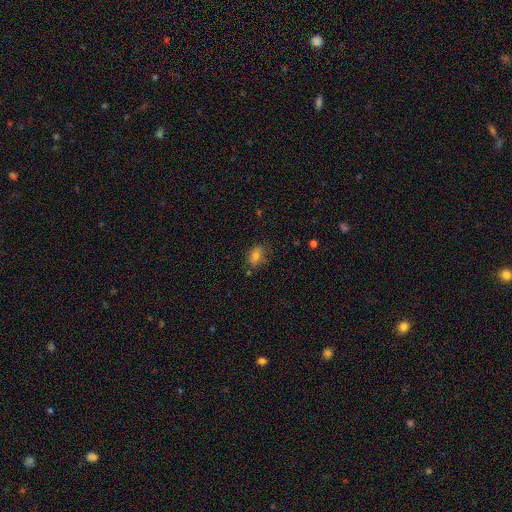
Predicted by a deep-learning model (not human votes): Overall: smooth (76%). How rounded: in between (72%). Merging: none (69%).